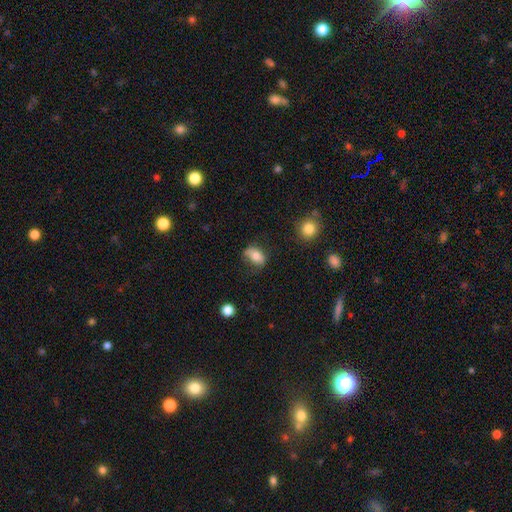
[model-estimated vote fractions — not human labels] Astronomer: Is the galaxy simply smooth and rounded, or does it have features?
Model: smooth — 79%.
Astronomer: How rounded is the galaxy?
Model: in between — 83%.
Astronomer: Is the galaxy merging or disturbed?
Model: none — 56%.